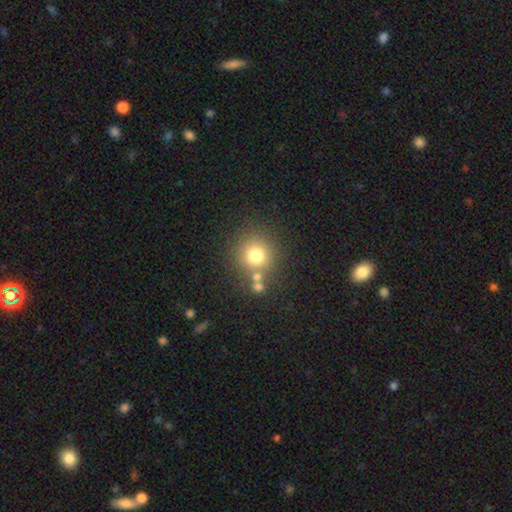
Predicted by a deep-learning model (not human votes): smooth_or_featured: smooth (p=0.75) [alt: star or artifact p=0.14]
how_rounded: round (p=0.92) [alt: in between p=0.08]
merging: none (p=0.71) [alt: merger p=0.15]